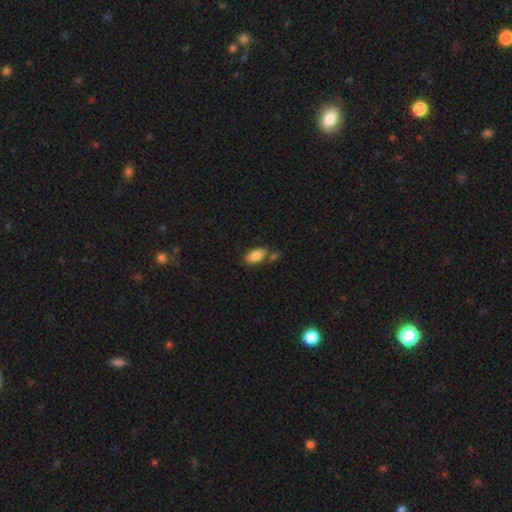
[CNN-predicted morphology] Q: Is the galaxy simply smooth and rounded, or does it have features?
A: smooth — 84%.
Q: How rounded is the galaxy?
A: in between — 90%.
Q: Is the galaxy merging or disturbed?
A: none — 62%.